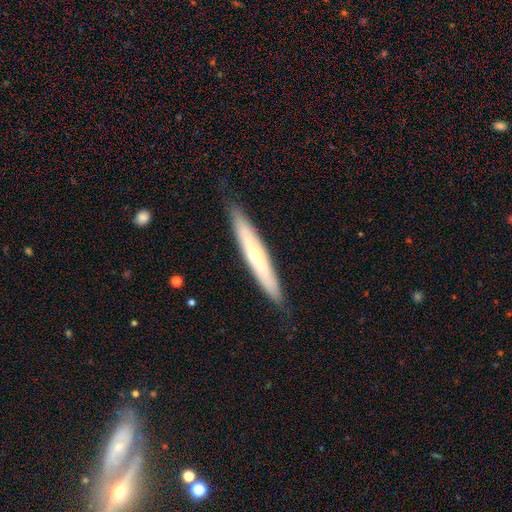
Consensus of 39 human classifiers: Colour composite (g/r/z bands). It shows a featured or disk galaxy (72%) viewed edge-on (82%) with a rounded central bulge (70%). Merging: none (87%).